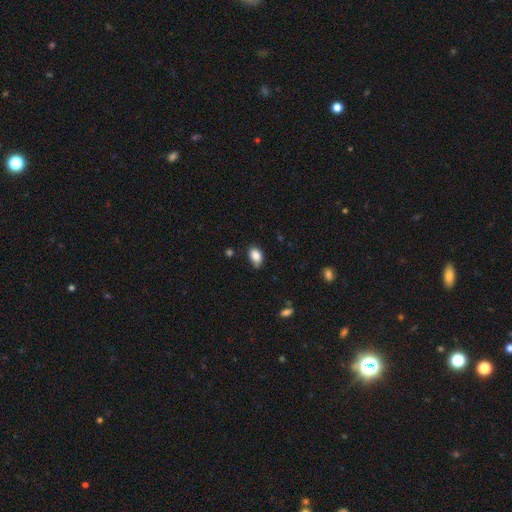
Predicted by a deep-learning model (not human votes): Smooth or featured? smooth (87%)
How rounded? in between (87%)
Merging? none (66%)